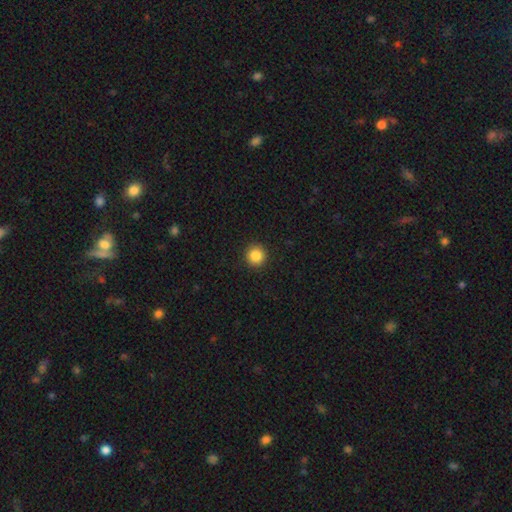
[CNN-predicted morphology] type=smooth (86%); roundness=round (95%); merging=none (93%).